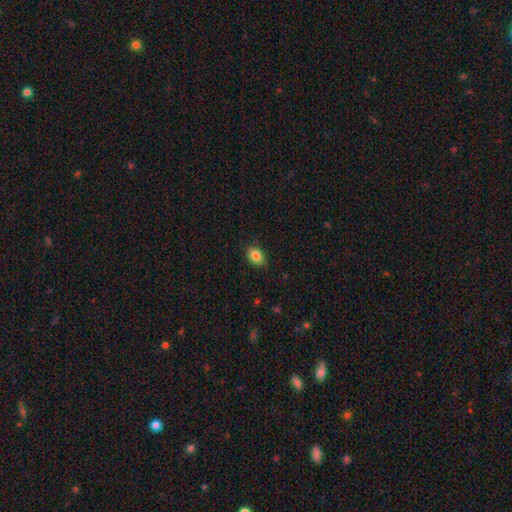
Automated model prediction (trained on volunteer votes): smooth_or_featured: smooth (p=0.85) [alt: star or artifact p=0.09]
how_rounded: in between (p=0.73) [alt: round p=0.25]
merging: none (p=0.85) [alt: minor disturbance p=0.11]